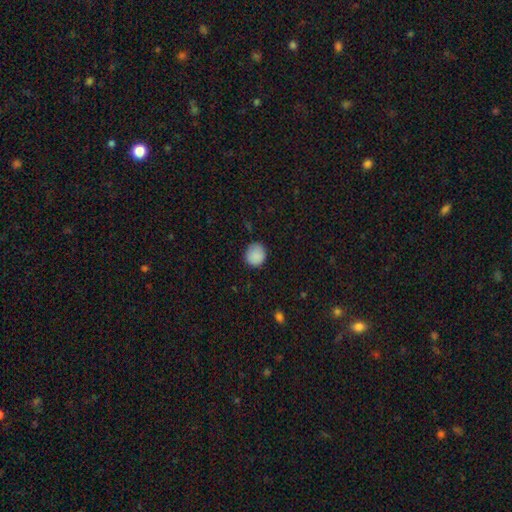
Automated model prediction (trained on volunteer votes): Smooth or featured? smooth (88%)
How rounded? round (83%)
Merging? none (81%)